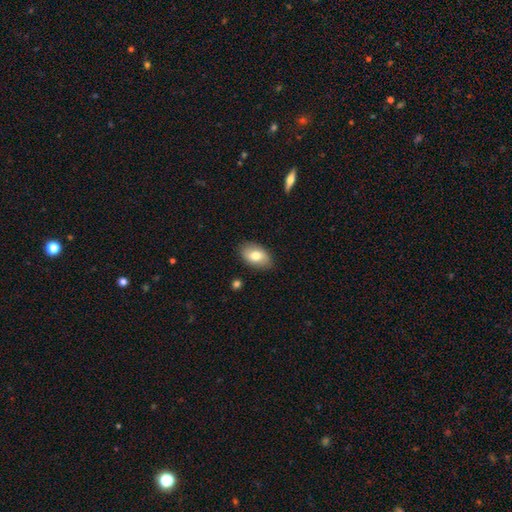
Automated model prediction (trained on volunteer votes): Smooth or featured? smooth (75%)
How rounded? in between (91%)
Merging? none (85%)